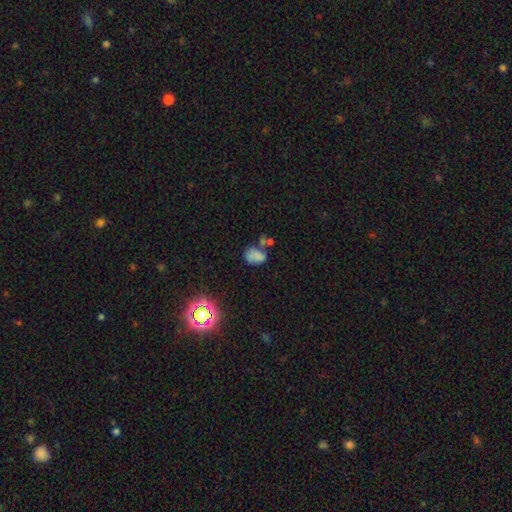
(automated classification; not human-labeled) Smooth or featured? Predicted: smooth (p=0.72). How rounded? Predicted: in between (p=0.78). Merging? Predicted: none (p=0.41).